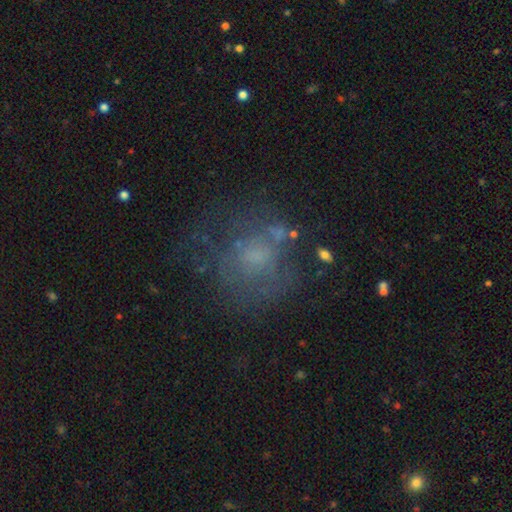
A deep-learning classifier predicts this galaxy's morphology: featured or disk 41%, smooth 39%, star or artifact 19%. Down the decision tree: merging — none (59%).